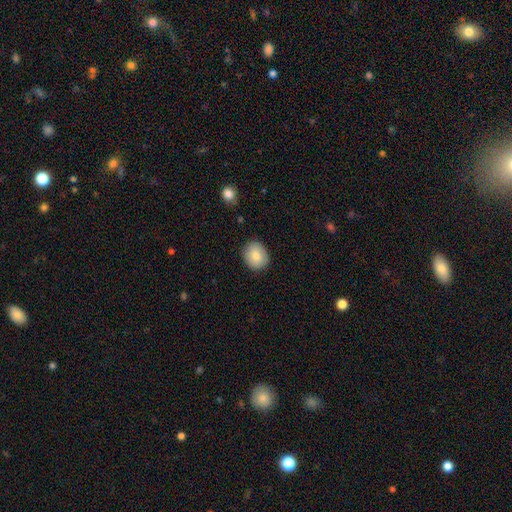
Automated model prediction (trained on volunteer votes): Overall: smooth (84%). How rounded: round (68%; in between 31%). Merging: none (87%).